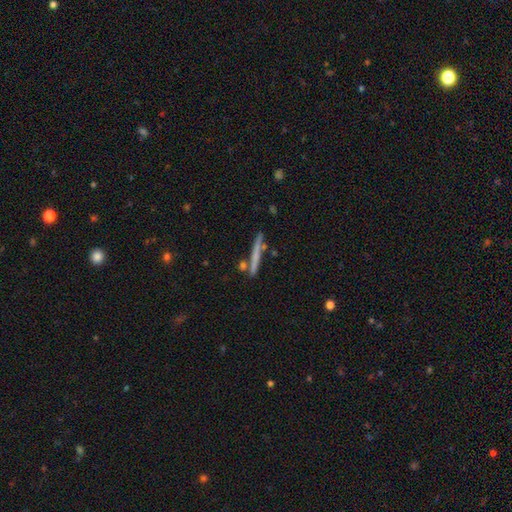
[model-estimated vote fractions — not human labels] Smooth or featured? Predicted: smooth (p=0.49). Merging? Predicted: none (p=0.79).